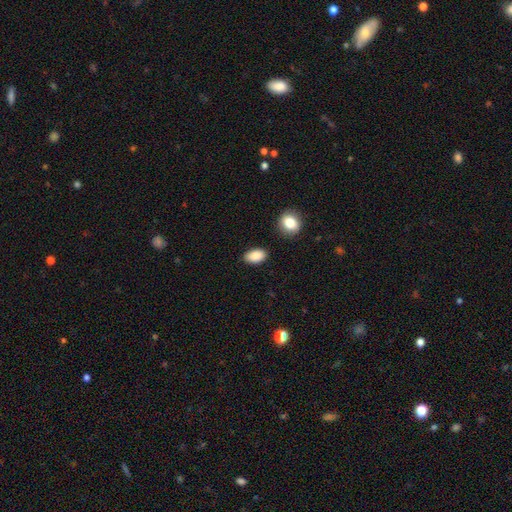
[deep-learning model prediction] The model was most divided on "merging": none: 86%, minor disturbance: 9%, merger: 2%, major disturbance: 2%. More confident: how rounded — in between (92%); smooth or featured — smooth (88%).